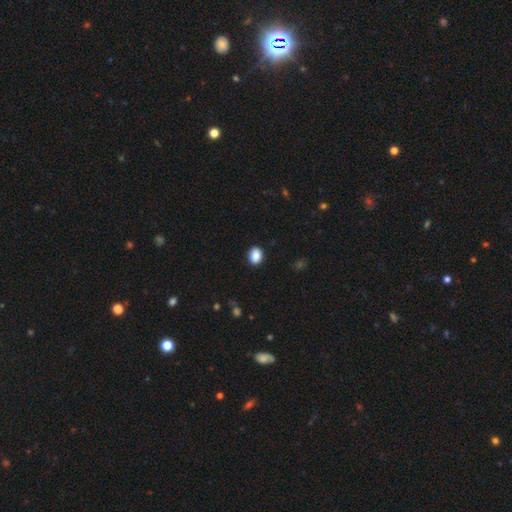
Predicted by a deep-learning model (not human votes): A smooth galaxy with no disk features (89%) that is in between round and cigar-shaped (61%).

Vote fractions:
- Smooth or featured? smooth: 89% / star or artifact: 8% / featured or disk: 3%
- How rounded? in between: 61% / round: 38% / cigar-shaped: 1%
- Merging? none: 90% / minor disturbance: 7% / major disturbance: 2% / merger: 1%